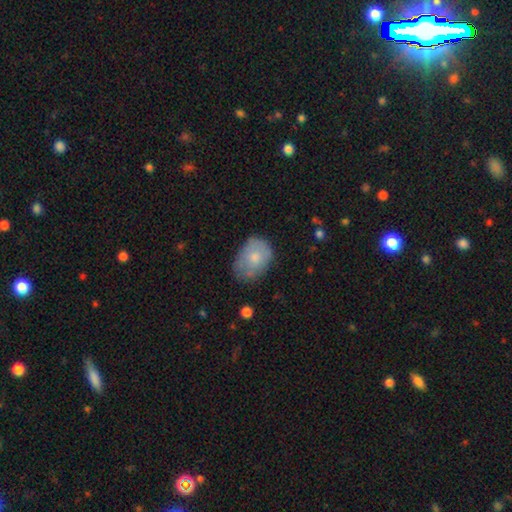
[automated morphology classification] smooth_or_featured: smooth (p=0.69) [alt: featured or disk p=0.24]
how_rounded: in between (p=0.75) [alt: round p=0.24]
merging: none (p=0.54) [alt: minor disturbance p=0.32]